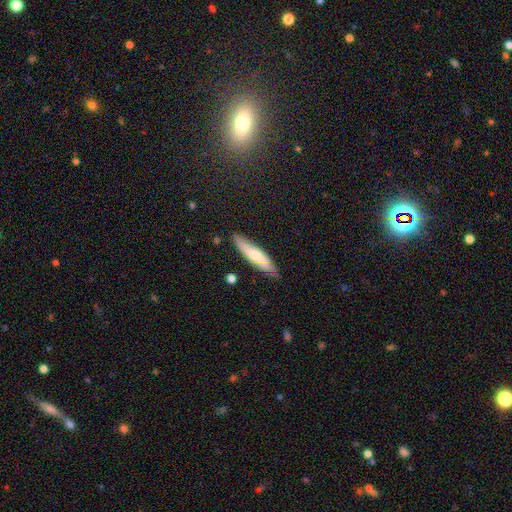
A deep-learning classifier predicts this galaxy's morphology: Smooth or featured? Predicted: smooth (p=0.57). How rounded? Predicted: cigar-shaped (p=0.76). Merging? Predicted: none (p=0.78).